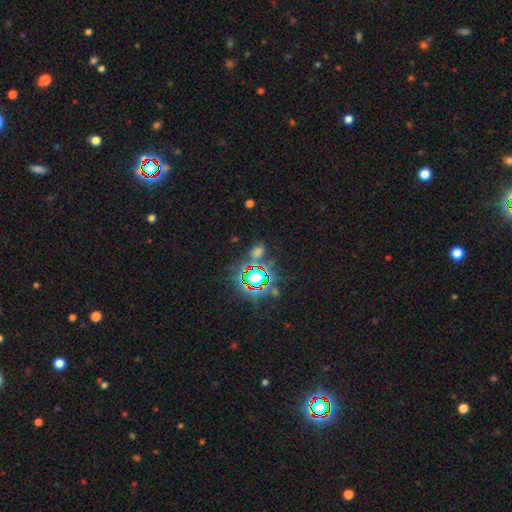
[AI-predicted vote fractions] Smooth or featured? star or artifact (75%)